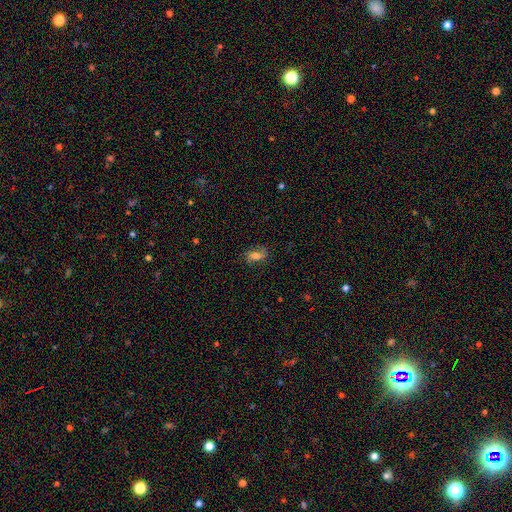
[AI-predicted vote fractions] Smooth or featured?
  - smooth: 55% *
  - featured or disk: 32%
  - star or artifact: 12%
How rounded?
  - in between: 82% *
  - round: 10%
  - cigar-shaped: 8%
Merging?
  - none: 69% *
  - minor disturbance: 20%
  - major disturbance: 9%
  - merger: 2%